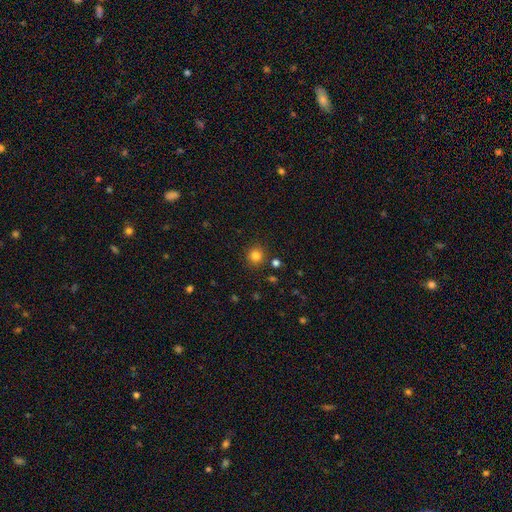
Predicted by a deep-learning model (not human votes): Smooth or featured?
  - smooth: 82% *
  - star or artifact: 13%
  - featured or disk: 5%
How rounded?
  - round: 92% *
  - in between: 7%
  - cigar-shaped: 1%
Merging?
  - none: 88% *
  - minor disturbance: 7%
  - merger: 3%
  - major disturbance: 2%